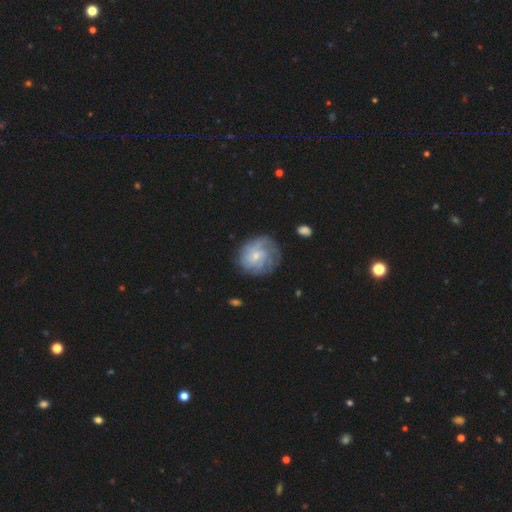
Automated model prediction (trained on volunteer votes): Smooth or featured? Predicted: featured or disk (p=0.65). Edge-on disk? Predicted: no (p=0.97). Bar? Predicted: no (p=0.70). Spiral arms? Predicted: yes (p=0.85). Spiral winding? Predicted: tight (p=0.52). Spiral arm count? Predicted: can't tell (p=0.48). Bulge size? Predicted: small (p=0.69). Merging? Predicted: none (p=0.67).